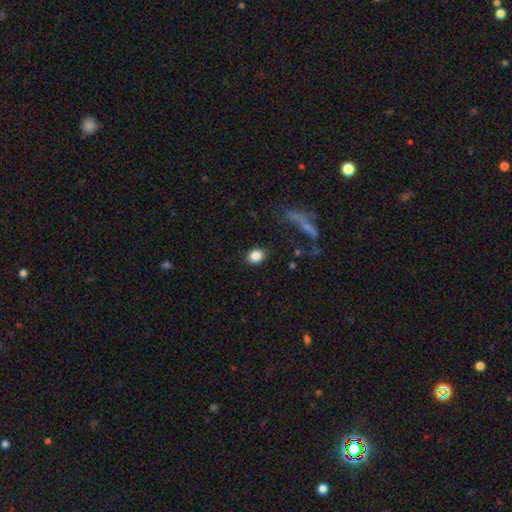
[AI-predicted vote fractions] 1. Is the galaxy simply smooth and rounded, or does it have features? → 85% smooth, 9% star or artifact, 6% featured or disk.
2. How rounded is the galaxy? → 54% round, 45% in between, 1% cigar-shaped.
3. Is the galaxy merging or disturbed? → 88% none, 8% minor disturbance, 3% major disturbance, 1% merger.